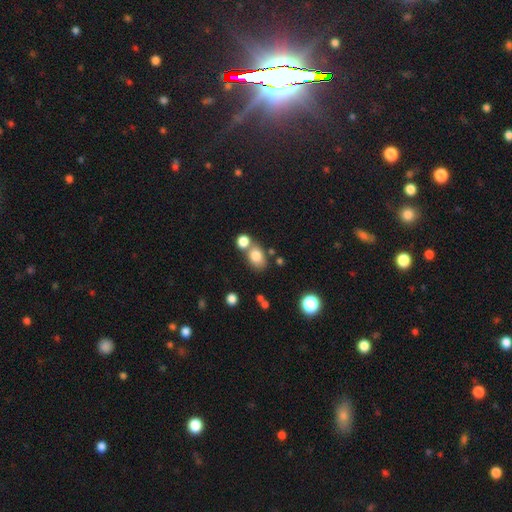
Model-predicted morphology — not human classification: This is clearly a smooth galaxy (80%). How rounded: likely in between (67%). Merging: possibly none (51%).